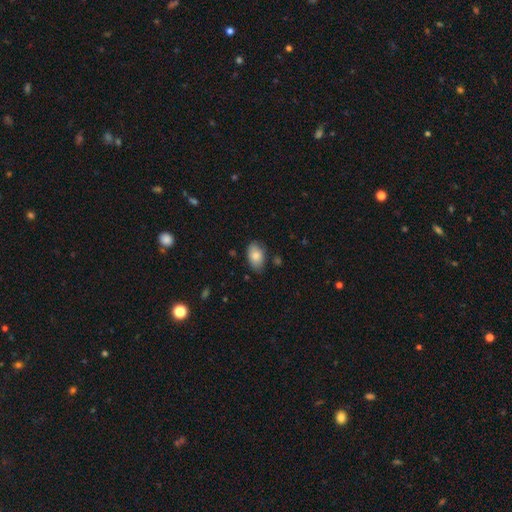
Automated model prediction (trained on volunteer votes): This appears to be a smooth galaxy with no disk features (82%) that is in between round and cigar-shaped (90%). Merging: none (76%).